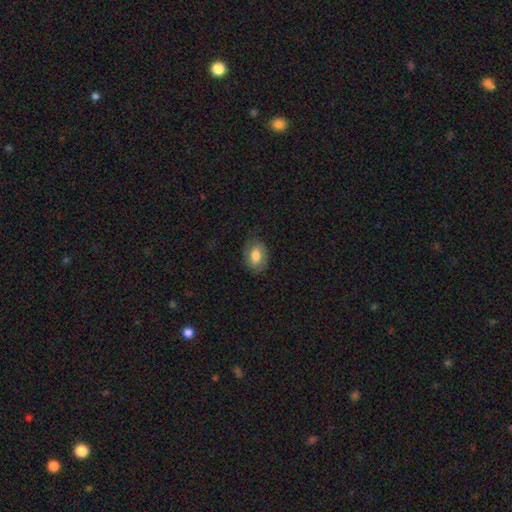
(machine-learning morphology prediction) Overall: smooth (62%; featured or disk 31%). How rounded: in between (83%). Merging: none (74%).